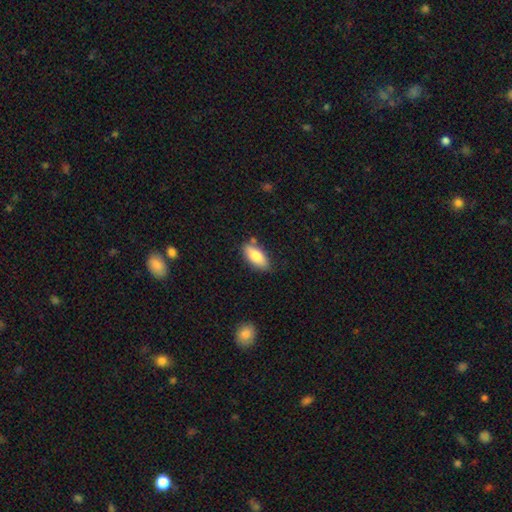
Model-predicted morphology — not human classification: Q: Smooth or featured?
A: smooth (78%); runner-up: featured or disk (16%)
Q: How rounded?
A: in between (85%); runner-up: cigar-shaped (12%)
Q: Merging?
A: none (78%); runner-up: minor disturbance (15%)